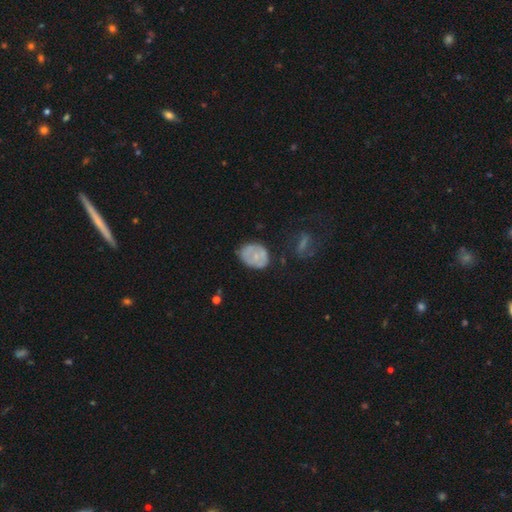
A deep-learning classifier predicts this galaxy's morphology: Overall: smooth (56%; featured or disk 37%). How rounded: in between (59%; round 40%). Merging: none (55%; minor disturbance 30%).